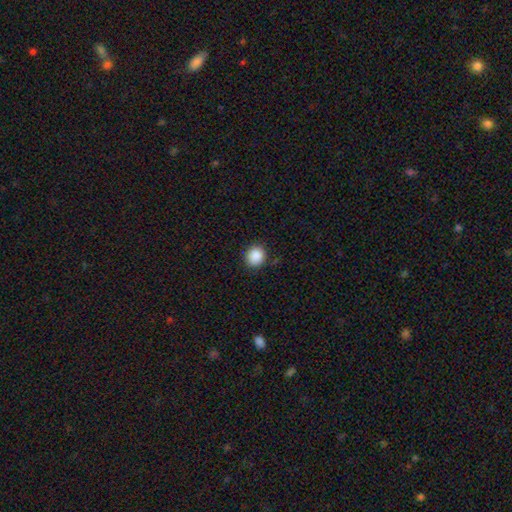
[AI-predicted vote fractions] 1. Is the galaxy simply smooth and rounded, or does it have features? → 88% smooth, 9% star or artifact, 3% featured or disk.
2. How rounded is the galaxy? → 83% round, 16% in between, 1% cigar-shaped.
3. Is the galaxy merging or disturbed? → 89% none, 8% minor disturbance, 2% major disturbance, 1% merger.